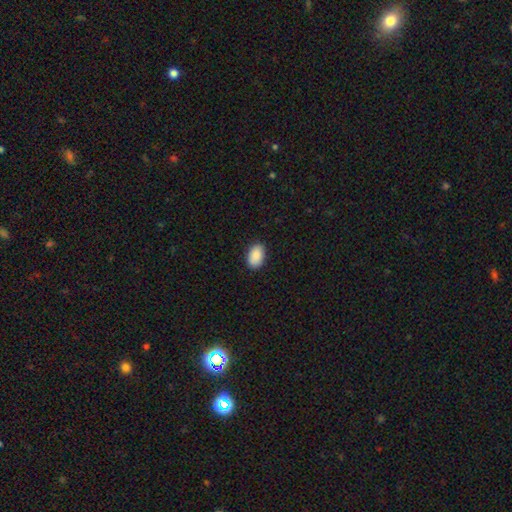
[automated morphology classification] A smooth galaxy with no disk features (91%) that is in between round and cigar-shaped (91%). Merging: none (88%).